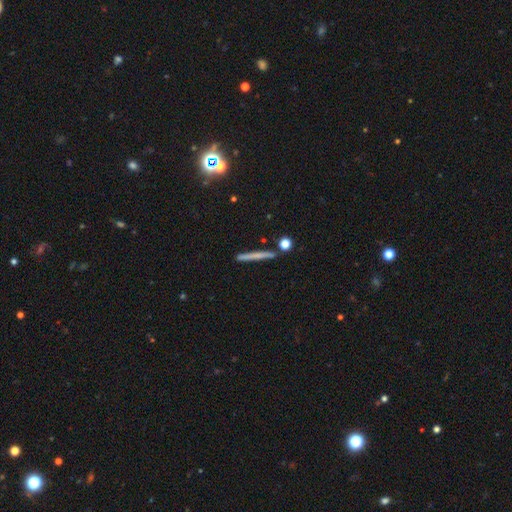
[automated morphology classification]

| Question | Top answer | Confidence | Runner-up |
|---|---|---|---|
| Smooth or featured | smooth | 55% | featured or disk (36%) |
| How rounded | cigar-shaped | 95% | round (3%) |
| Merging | none | 87% | minor disturbance (8%) |